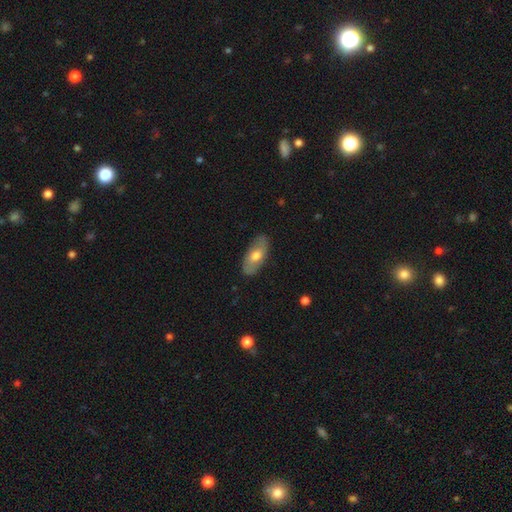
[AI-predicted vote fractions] The model was most divided on "smooth or featured": smooth: 59%, featured or disk: 35%, star or artifact: 6%. More confident: how rounded — in between (88%); merging — none (84%).